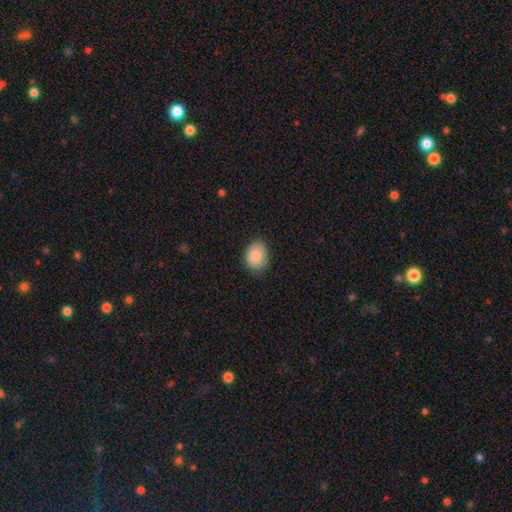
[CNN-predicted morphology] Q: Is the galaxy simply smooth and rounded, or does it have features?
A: smooth — 87%.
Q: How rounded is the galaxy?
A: in between — 52%.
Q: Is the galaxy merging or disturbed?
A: none — 81%.